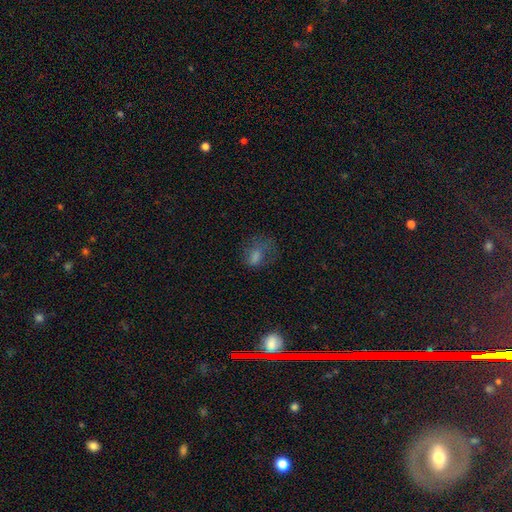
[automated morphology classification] Smooth or featured?
  - smooth: 53% *
  - star or artifact: 26%
  - featured or disk: 20%
How rounded?
  - in between: 65% *
  - round: 31%
  - cigar-shaped: 3%
Merging?
  - none: 48% *
  - major disturbance: 26%
  - minor disturbance: 23%
  - merger: 2%